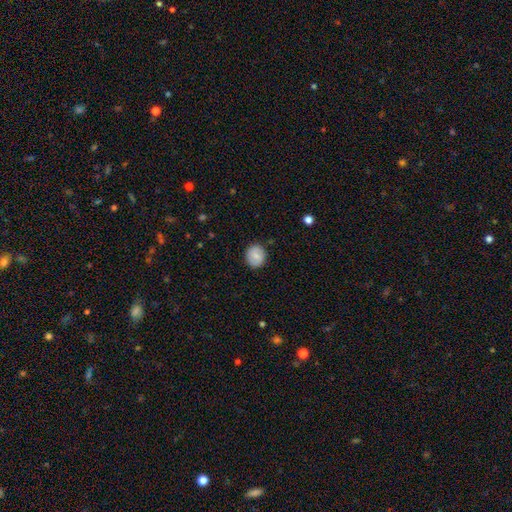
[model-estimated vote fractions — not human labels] Smooth or featured? Predicted: smooth (p=0.76). How rounded? Predicted: round (p=0.78). Merging? Predicted: none (p=0.86).